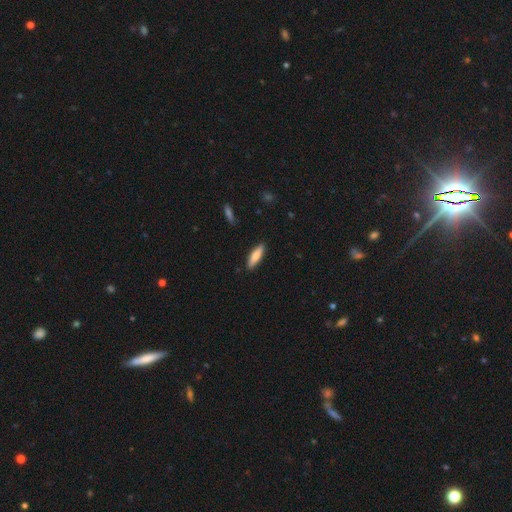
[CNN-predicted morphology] Smooth or featured? Predicted: smooth (p=0.77). How rounded? Predicted: cigar-shaped (p=0.62). Merging? Predicted: none (p=0.89).